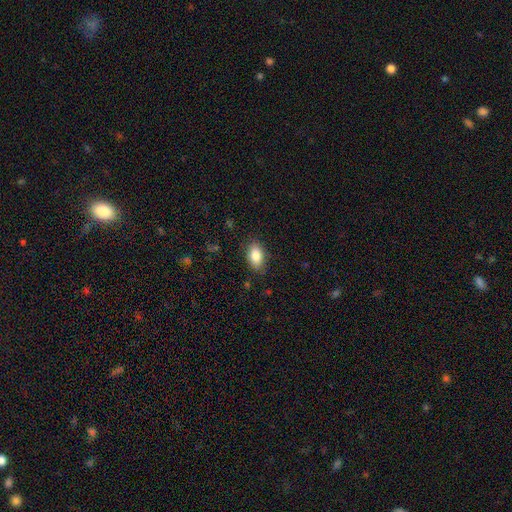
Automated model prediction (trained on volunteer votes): Smooth or featured: smooth — 84% (featured or disk — 8%)
How rounded: in between — 90% (round — 8%)
Merging: none — 85% (minor disturbance — 11%)